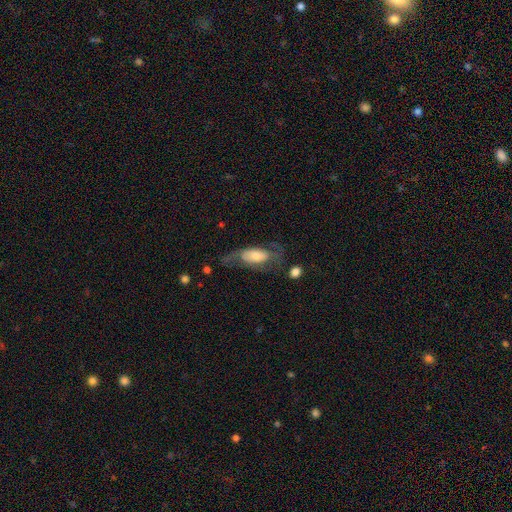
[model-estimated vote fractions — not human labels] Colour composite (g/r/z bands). It shows a featured or disk galaxy (48%). Merging: none (45%).